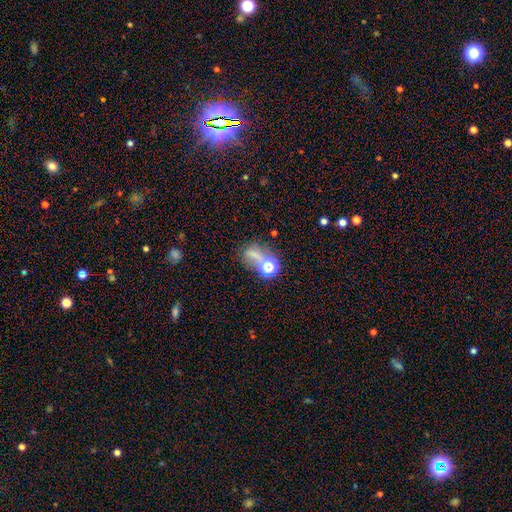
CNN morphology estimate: Smooth or featured?
  - smooth: 49% *
  - star or artifact: 37%
  - featured or disk: 14%
Merging?
  - none: 45% *
  - merger: 26%
  - minor disturbance: 15%
  - major disturbance: 15%